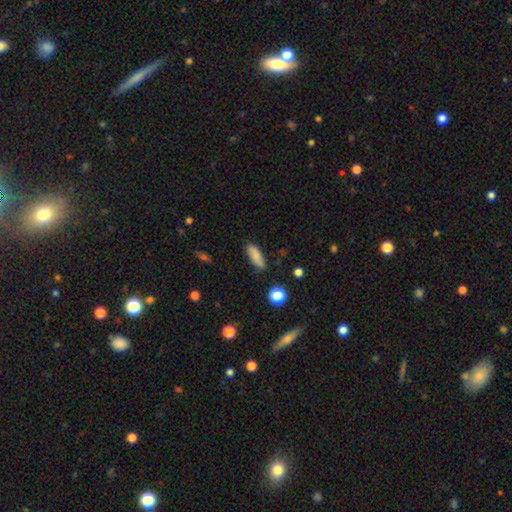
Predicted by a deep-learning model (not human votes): A smooth galaxy with no disk features (84%) that is in between round and cigar-shaped (56%).

Vote fractions:
- Smooth or featured? smooth: 84% / star or artifact: 8% / featured or disk: 8%
- How rounded? in between: 56% / cigar-shaped: 41% / round: 3%
- Merging? none: 82% / minor disturbance: 13% / major disturbance: 3% / merger: 2%